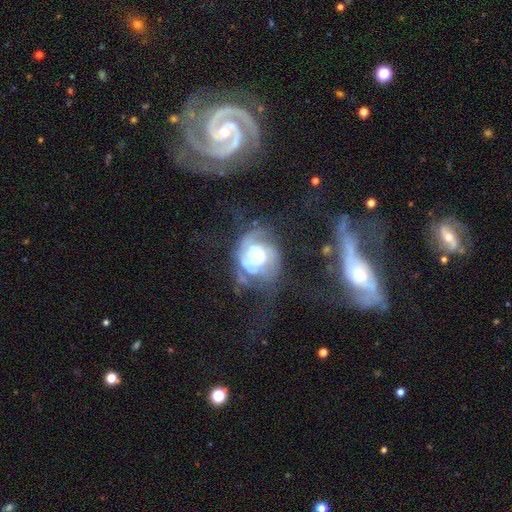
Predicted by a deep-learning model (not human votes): This is likely a featured or disk galaxy (71%). It is clearly not viewed edge-on (98%). Bar: likely no (61%). Spiral arm pattern: likely yes (72%). Central bulge: marginally large (41%). Merging: marginally major disturbance (42%).